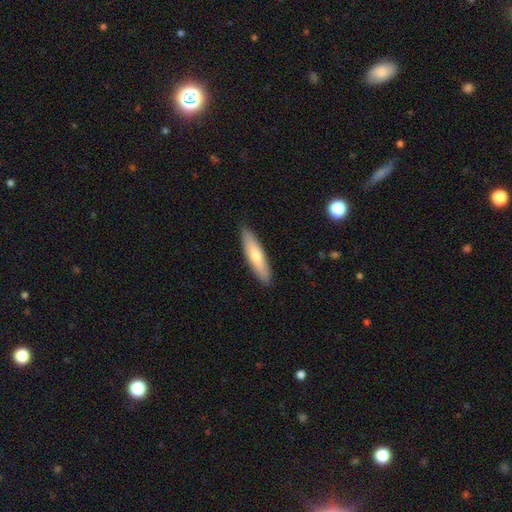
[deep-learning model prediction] A smooth galaxy with no disk features (67%) that is cigar-shaped (75%).

Vote fractions:
- Smooth or featured? smooth: 67% / featured or disk: 27% / star or artifact: 6%
- How rounded? cigar-shaped: 75% / in between: 24% / round: 2%
- Merging? none: 89% / minor disturbance: 9% / major disturbance: 2% / merger: 1%